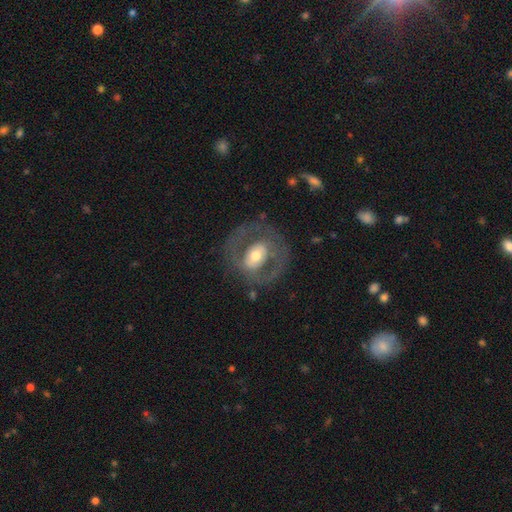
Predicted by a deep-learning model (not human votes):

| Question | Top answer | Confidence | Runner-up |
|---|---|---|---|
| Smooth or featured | featured or disk | 68% | smooth (27%) |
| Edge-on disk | no | 95% | yes (5%) |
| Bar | no | 43% | weak (33%) |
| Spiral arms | no | 58% | yes (42%) |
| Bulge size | moderate | 65% | large (17%) |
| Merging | none | 69% | major disturbance (15%) |